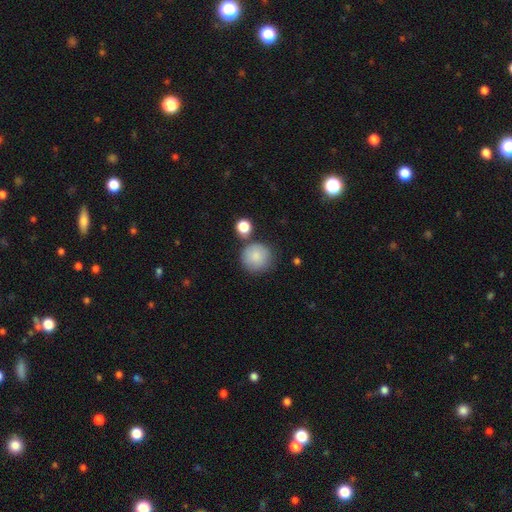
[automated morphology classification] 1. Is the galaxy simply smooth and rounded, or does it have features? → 85% smooth, 8% featured or disk, 8% star or artifact.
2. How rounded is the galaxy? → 92% round, 7% in between, 1% cigar-shaped.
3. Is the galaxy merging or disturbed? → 71% none, 15% minor disturbance, 9% merger, 5% major disturbance.